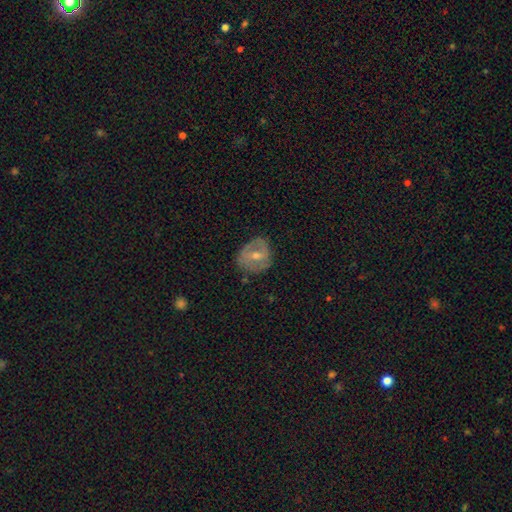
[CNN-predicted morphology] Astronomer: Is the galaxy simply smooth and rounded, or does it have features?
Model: featured or disk — 60%.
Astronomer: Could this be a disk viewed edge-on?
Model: no — 95%.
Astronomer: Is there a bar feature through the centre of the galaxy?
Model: weak — 44% (runner-up: no, 35%).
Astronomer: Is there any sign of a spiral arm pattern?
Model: no — 52% (runner-up: yes, 48%).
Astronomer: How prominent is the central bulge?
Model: moderate — 55% (runner-up: small, 42%).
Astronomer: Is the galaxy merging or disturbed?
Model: none — 72%.